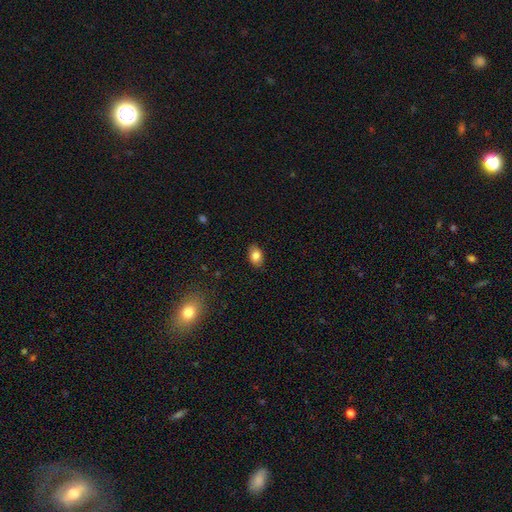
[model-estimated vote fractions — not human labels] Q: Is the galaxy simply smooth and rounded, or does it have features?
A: smooth — 83%.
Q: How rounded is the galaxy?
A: in between — 82%.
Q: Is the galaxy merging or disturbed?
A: none — 85%.